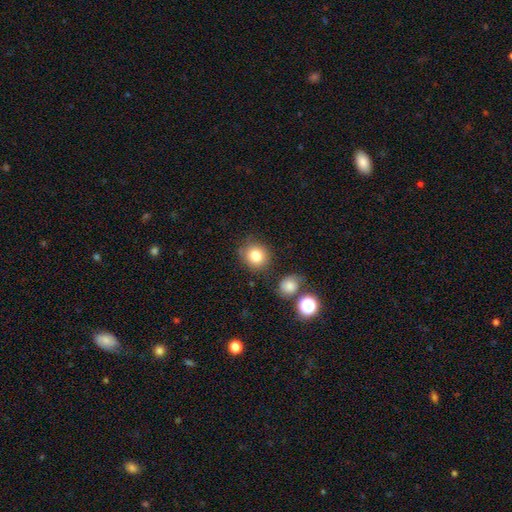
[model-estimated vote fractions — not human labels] The model was most divided on "merging": none: 78%, minor disturbance: 13%, merger: 5%, major disturbance: 4%. More confident: how rounded — round (86%); smooth or featured — smooth (82%).